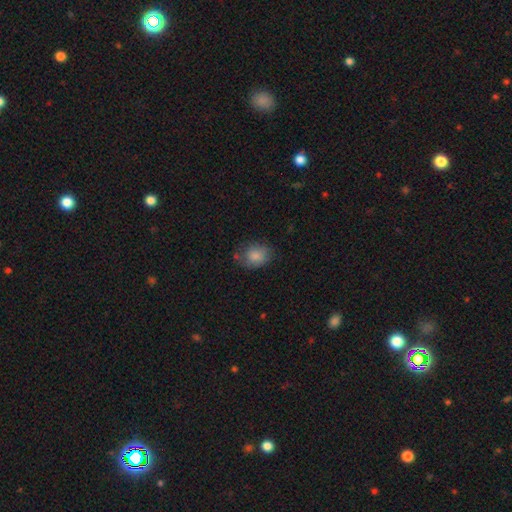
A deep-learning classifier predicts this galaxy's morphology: This appears to be a smooth galaxy with no disk features (81%) that is in between round and cigar-shaped (52%). Merging: none (61%).